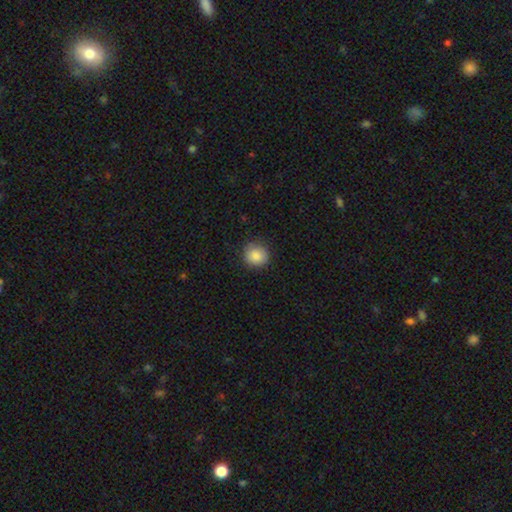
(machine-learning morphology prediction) This is clearly a smooth galaxy (87%). How rounded: clearly round (88%). Merging: clearly none (86%).